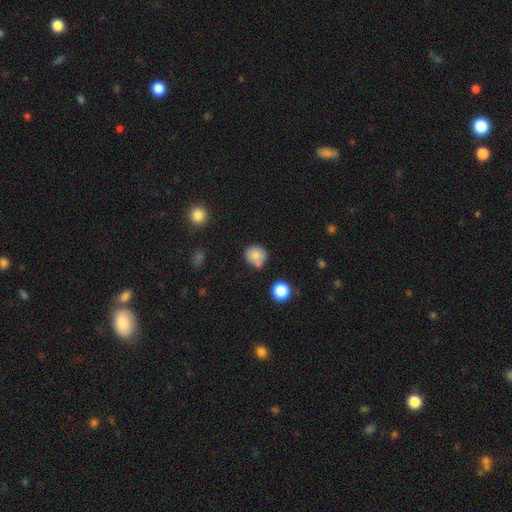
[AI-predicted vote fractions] This appears to be a smooth galaxy with no disk features (79%) that is round (84%). Merging: none (66%).